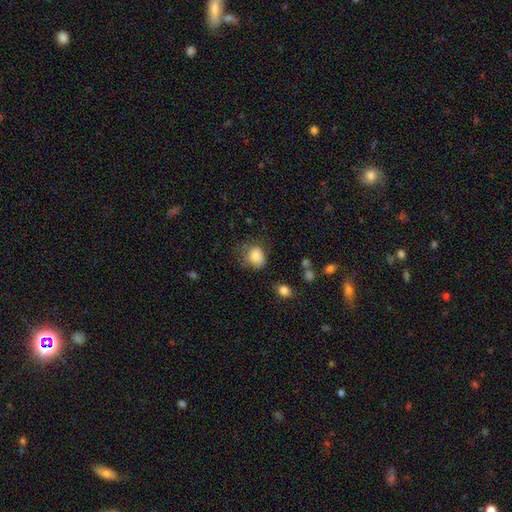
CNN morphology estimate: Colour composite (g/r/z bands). It shows a smooth galaxy with no disk features (83%) that is round (53%). Merging: none (47%).